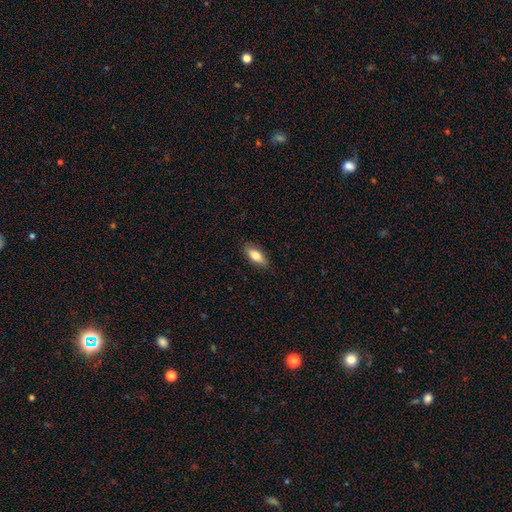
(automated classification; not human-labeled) This is likely a smooth galaxy (77%). How rounded: likely in between (79%). Merging: clearly none (88%).